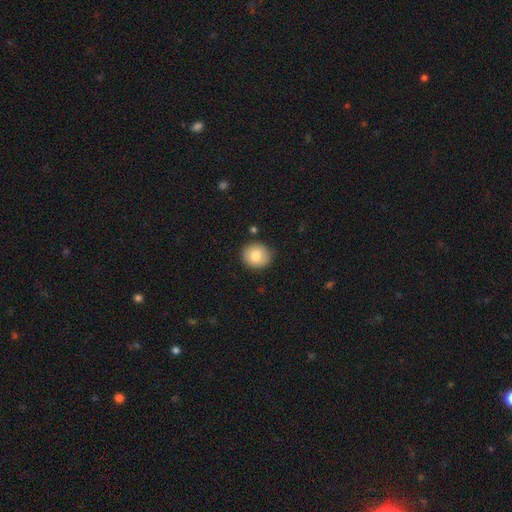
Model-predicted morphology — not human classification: Smooth or featured: smooth — 80% (featured or disk — 12%)
How rounded: round — 83% (in between — 16%)
Merging: none — 85% (minor disturbance — 11%)